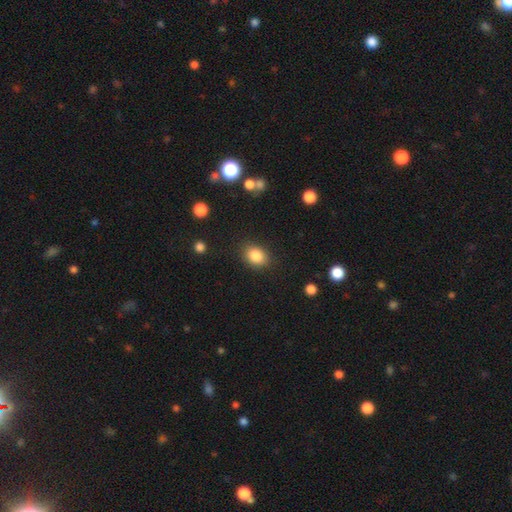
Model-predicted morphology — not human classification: Smooth or featured? smooth (85%)
How rounded? in between (63%)
Merging? none (86%)